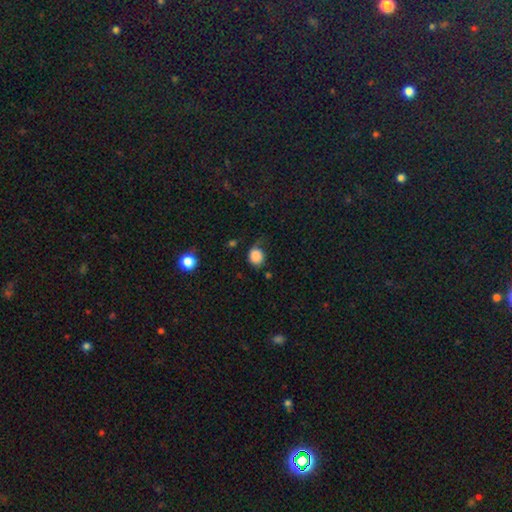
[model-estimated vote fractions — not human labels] Smooth or featured? smooth (83%)
How rounded? round (70%)
Merging? none (46%)